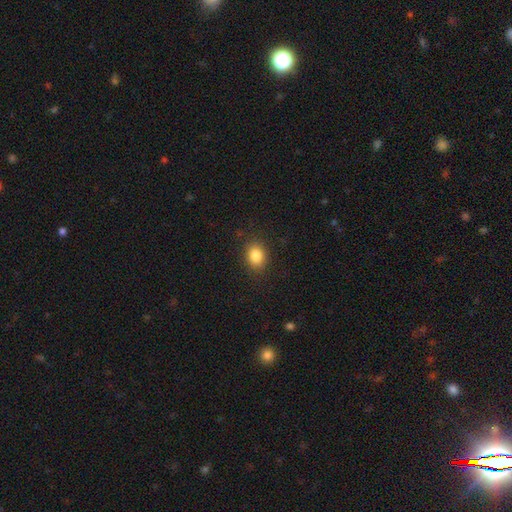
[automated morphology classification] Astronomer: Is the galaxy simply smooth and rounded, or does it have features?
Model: smooth — 84%.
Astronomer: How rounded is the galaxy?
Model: in between — 60% (runner-up: round, 39%).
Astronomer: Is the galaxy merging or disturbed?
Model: none — 86%.